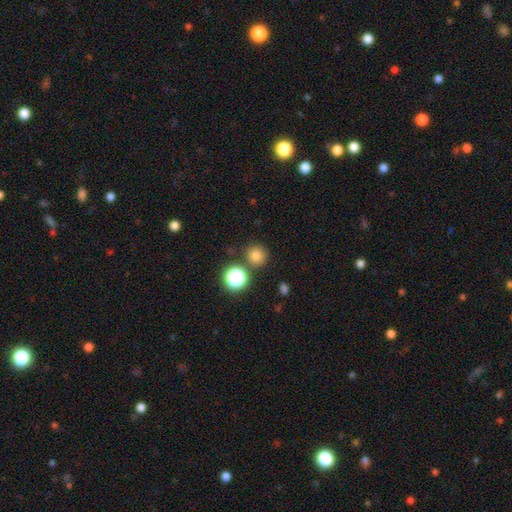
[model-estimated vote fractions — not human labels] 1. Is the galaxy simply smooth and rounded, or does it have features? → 76% smooth, 17% star or artifact, 7% featured or disk.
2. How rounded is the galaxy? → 93% round, 6% in between, 1% cigar-shaped.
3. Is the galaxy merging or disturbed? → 83% none, 7% merger, 7% minor disturbance, 3% major disturbance.